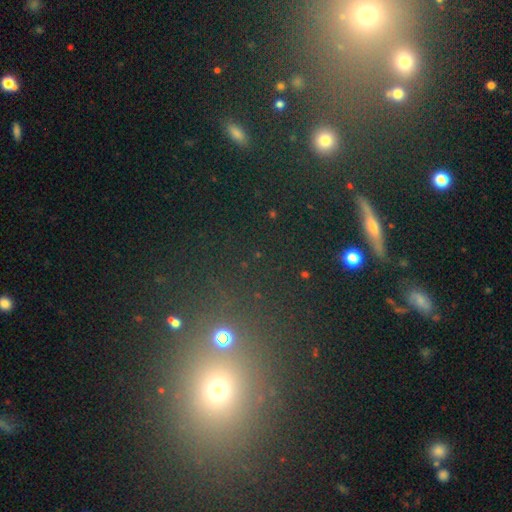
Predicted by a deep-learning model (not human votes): This appears to be a star or artifact, not a galaxy (44%).